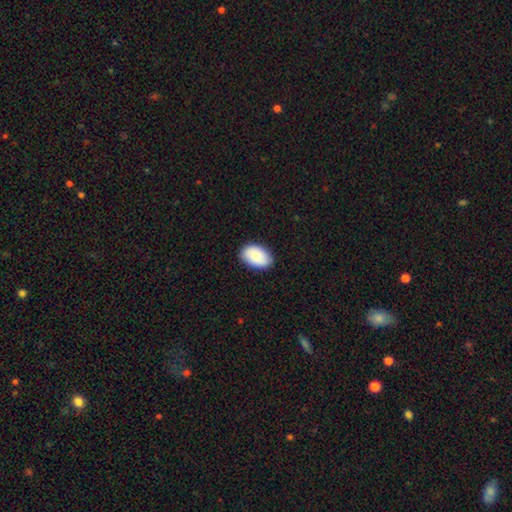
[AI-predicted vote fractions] smooth_or_featured: smooth (p=0.83) [alt: featured or disk p=0.11]
how_rounded: in between (p=0.88) [alt: round p=0.11]
merging: none (p=0.85) [alt: minor disturbance p=0.12]